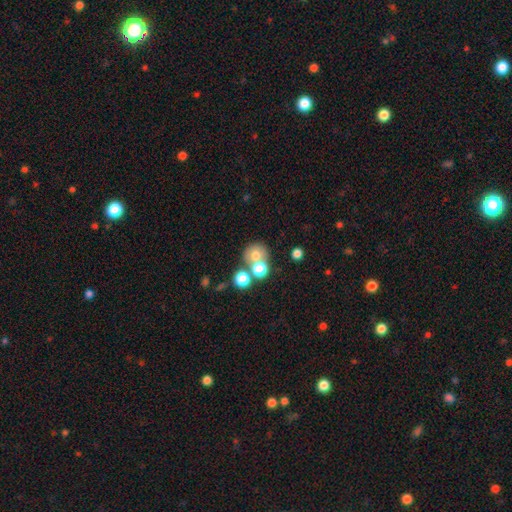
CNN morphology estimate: Smooth or featured? smooth (69%)
How rounded? round (82%)
Merging? none (46%)